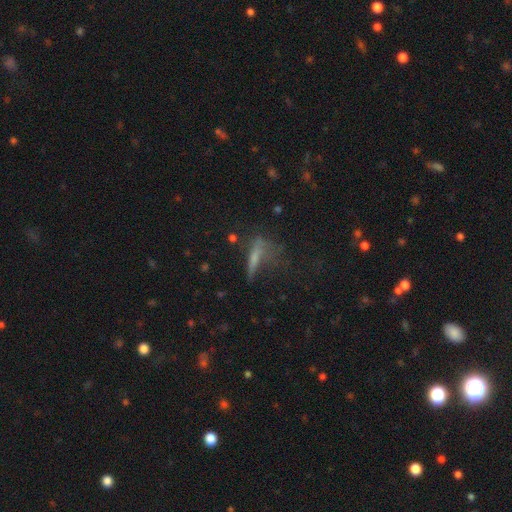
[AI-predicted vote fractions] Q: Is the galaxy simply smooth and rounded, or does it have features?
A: smooth — 49%.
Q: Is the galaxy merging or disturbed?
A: none — 38%.